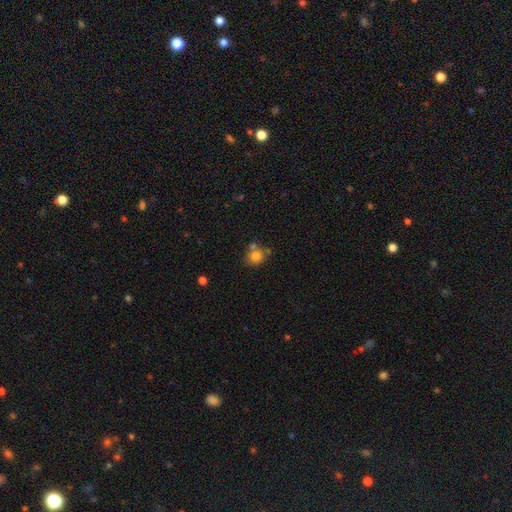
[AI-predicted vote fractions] A smooth galaxy with no disk features (80%) that is round (78%). Merging: none (62%).